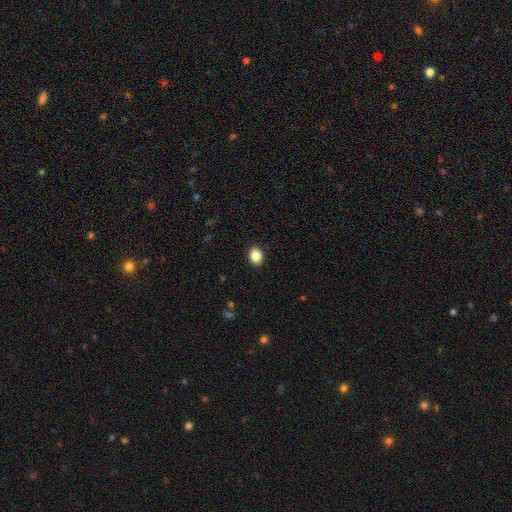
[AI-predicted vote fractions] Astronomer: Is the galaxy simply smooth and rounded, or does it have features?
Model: smooth — 87%.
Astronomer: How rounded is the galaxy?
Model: in between — 67%.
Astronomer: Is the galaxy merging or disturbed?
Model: none — 90%.